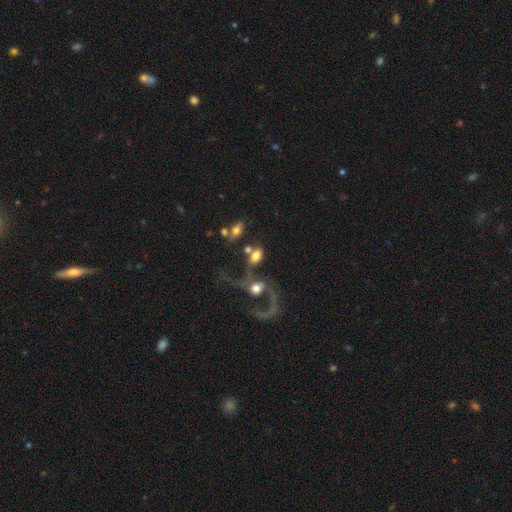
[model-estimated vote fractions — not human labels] Morphology: type=smooth (56%); roundness=in between (76%); merging=merger (46%).